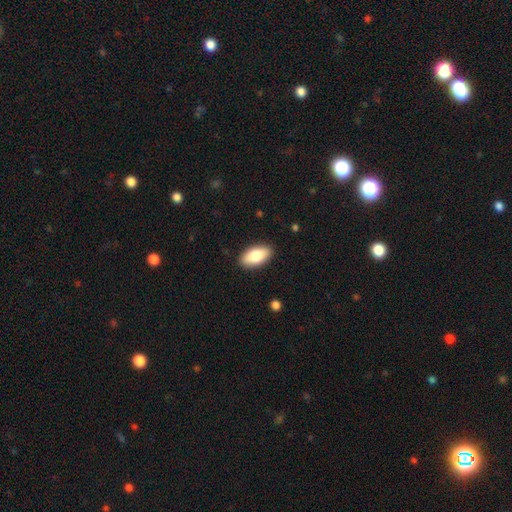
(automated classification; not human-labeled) smooth_or_featured: smooth (p=0.81) [alt: featured or disk p=0.13]
how_rounded: in between (p=0.93) [alt: cigar-shaped p=0.04]
merging: none (p=0.89) [alt: minor disturbance p=0.08]